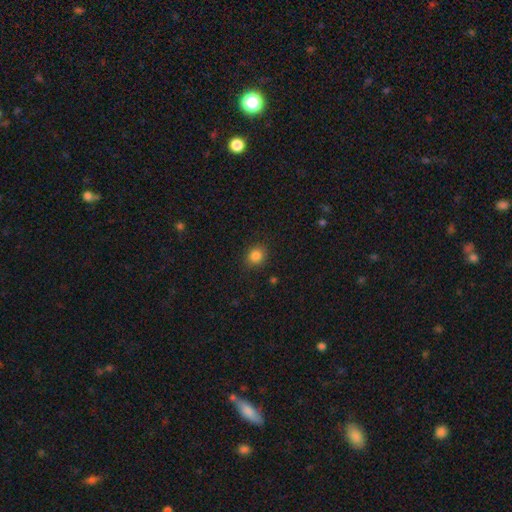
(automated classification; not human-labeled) A smooth galaxy with no disk features (85%) that is round (79%). Merging: none (87%).